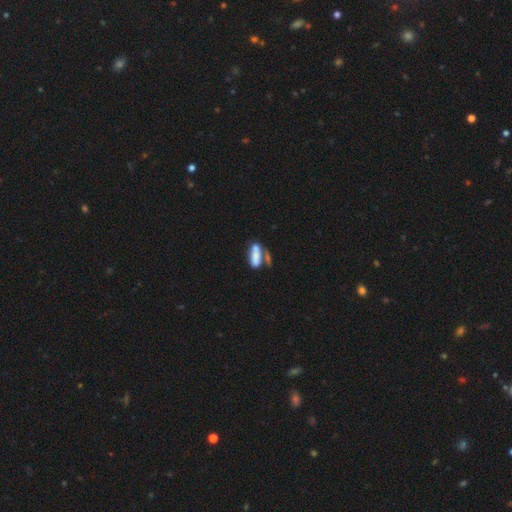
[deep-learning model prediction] smooth_or_featured: smooth (p=0.71) [alt: featured or disk p=0.20]
how_rounded: in between (p=0.68) [alt: cigar-shaped p=0.29]
merging: merger (p=0.43) [alt: none p=0.29]